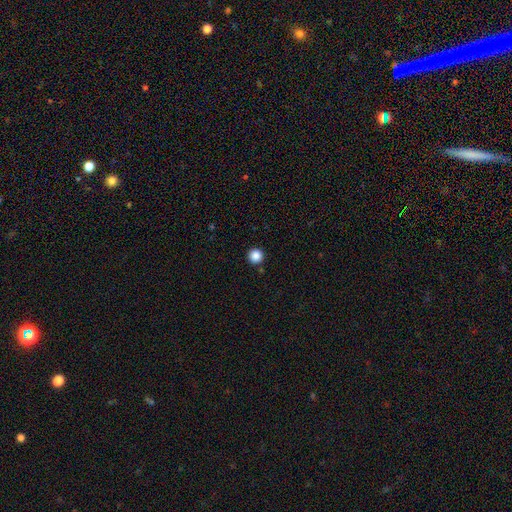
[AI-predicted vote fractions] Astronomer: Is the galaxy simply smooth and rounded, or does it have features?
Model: smooth — 86%.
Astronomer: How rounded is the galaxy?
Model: round — 97%.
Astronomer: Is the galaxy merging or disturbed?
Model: none — 92%.